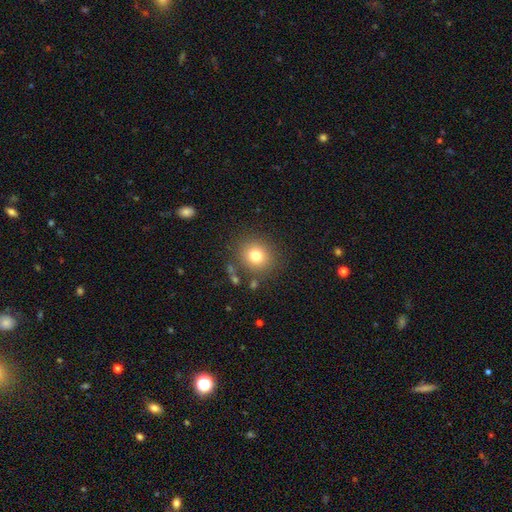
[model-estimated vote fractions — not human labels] The model was most divided on "smooth or featured": smooth: 78%, star or artifact: 13%, featured or disk: 10%. More confident: how rounded — round (84%); merging — none (83%).